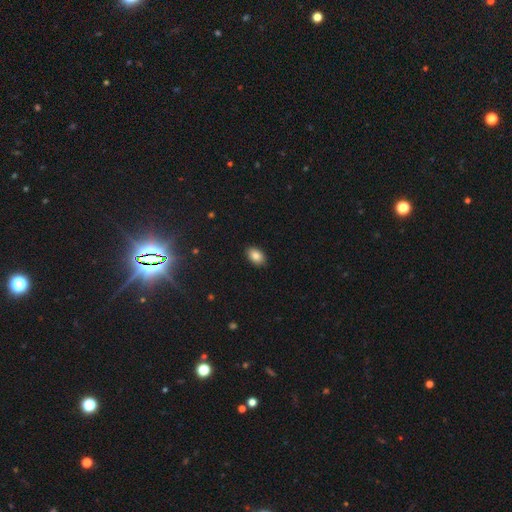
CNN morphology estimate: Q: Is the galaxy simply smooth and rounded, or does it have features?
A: smooth — 86%.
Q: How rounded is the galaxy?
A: in between — 87%.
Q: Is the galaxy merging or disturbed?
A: none — 89%.